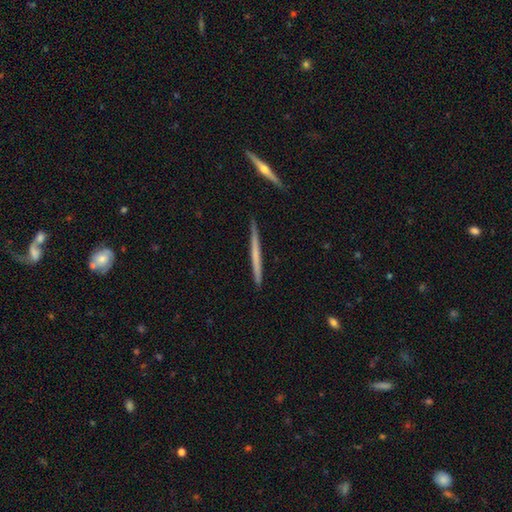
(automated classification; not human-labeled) A featured or disk galaxy (53%) viewed edge-on (98%) with no central bulge (79%).

Vote fractions:
- Smooth or featured? featured or disk: 53% / smooth: 41% / star or artifact: 6%
- Edge-on disk? yes: 98% / no: 2%
- Edge-on bulge? none: 79% / rounded: 18% / boxy: 4%
- Merging? none: 89% / minor disturbance: 8% / merger: 1% / major disturbance: 1%